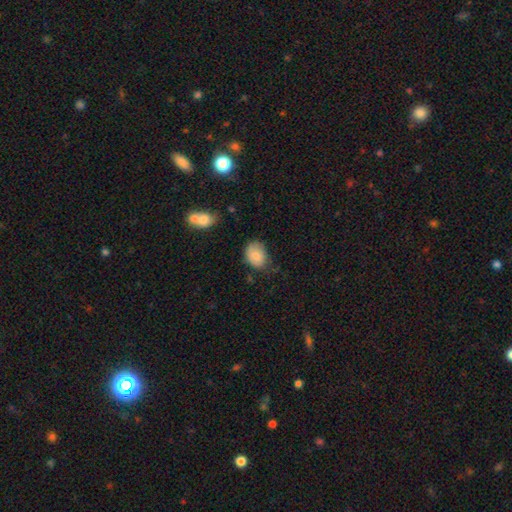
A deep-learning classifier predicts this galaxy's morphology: type=smooth (84%); roundness=in between (67%); merging=none (62%).